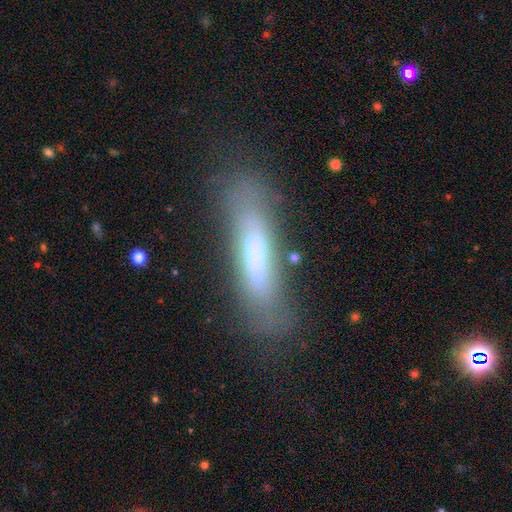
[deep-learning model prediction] This is possibly a smooth galaxy (50%). How rounded: likely cigar-shaped (75%). Merging: likely none (63%).